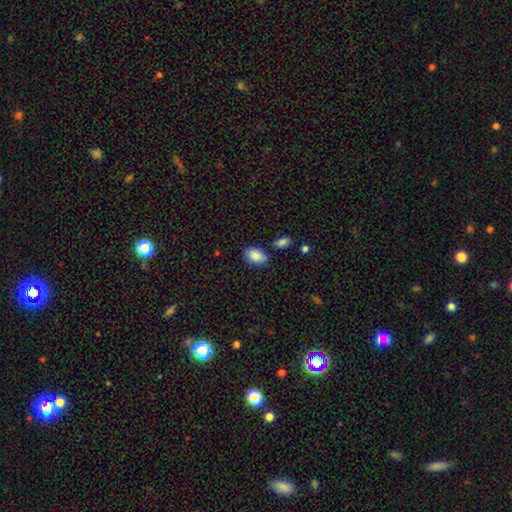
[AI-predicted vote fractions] This appears to be a smooth galaxy with no disk features (88%) that is in between round and cigar-shaped (89%). Merging: none (77%).